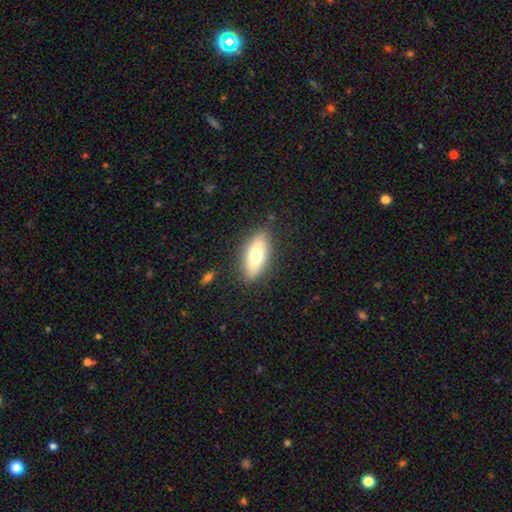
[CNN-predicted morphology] smooth 69%, featured or disk 25%, star or artifact 7%. Down the decision tree: how rounded — in between (80%); merging — none (85%).